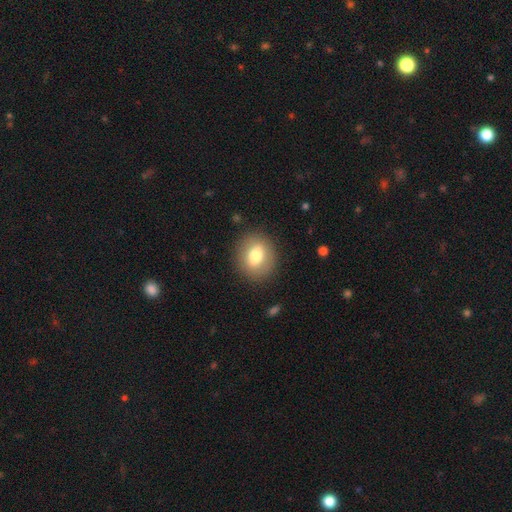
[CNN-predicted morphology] A smooth galaxy with no disk features (74%) that is round (68%).

Vote fractions:
- Smooth or featured? smooth: 74% / featured or disk: 18% / star or artifact: 9%
- How rounded? round: 68% / in between: 31% / cigar-shaped: 1%
- Merging? none: 87% / minor disturbance: 8% / major disturbance: 3% / merger: 1%